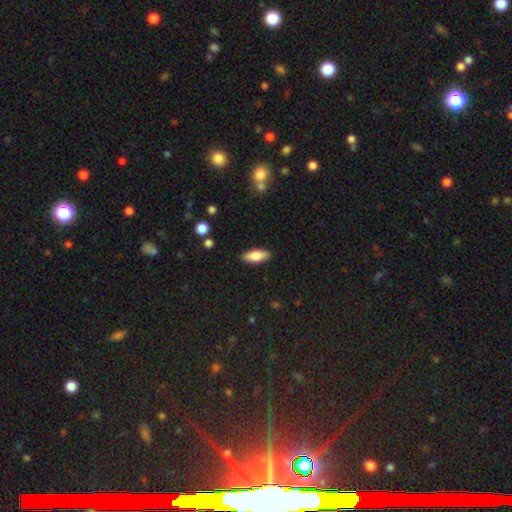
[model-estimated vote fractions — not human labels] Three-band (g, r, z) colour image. It shows a smooth galaxy with no disk features (75%) that is in between round and cigar-shaped (74%). Merging: none (88%).